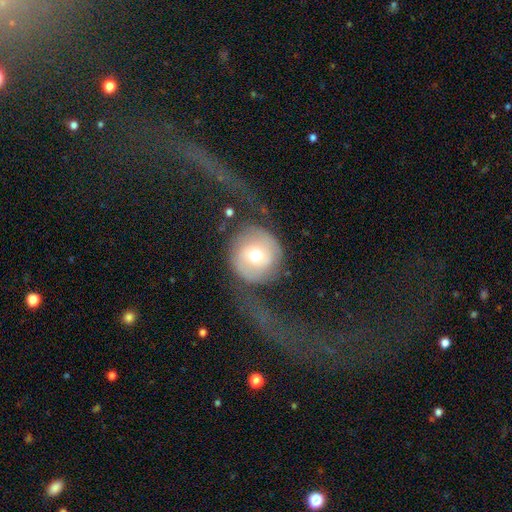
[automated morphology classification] smooth_or_featured: smooth (p=0.49) [alt: featured or disk p=0.43]
merging: major disturbance (p=0.47) [alt: none p=0.34]